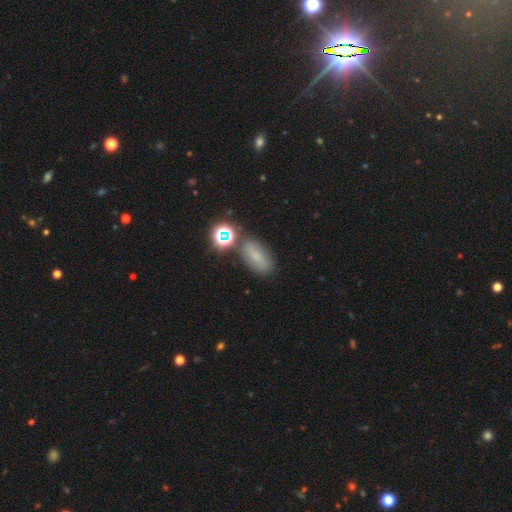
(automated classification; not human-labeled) A smooth galaxy with no disk features (59%) that is in between round and cigar-shaped (80%).

Vote fractions:
- Smooth or featured? smooth: 59% / star or artifact: 22% / featured or disk: 20%
- How rounded? in between: 80% / round: 12% / cigar-shaped: 7%
- Merging? none: 71% / minor disturbance: 16% / merger: 8% / major disturbance: 5%